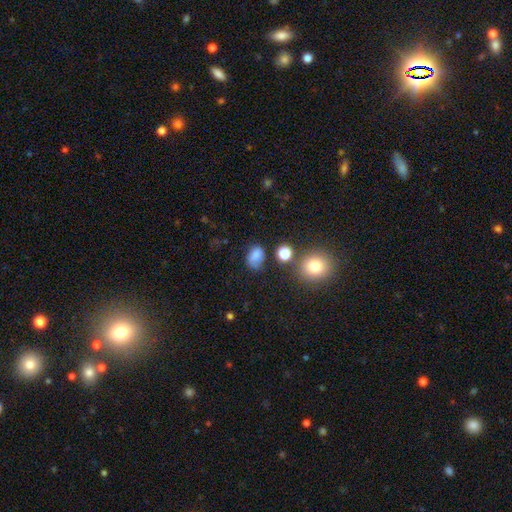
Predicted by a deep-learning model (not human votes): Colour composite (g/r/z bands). It shows a smooth galaxy with no disk features (78%) that is in between round and cigar-shaped (69%). Merging: none (61%).